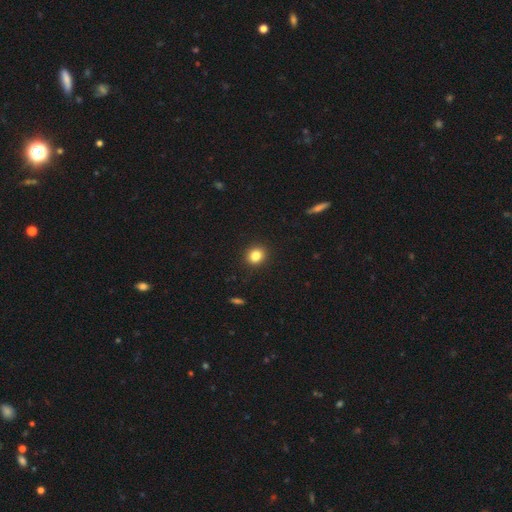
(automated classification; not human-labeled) smooth-or-featured: smooth: 84% | star or artifact: 11% | featured or disk: 5%
  how-rounded: round: 71% | in between: 28% | cigar-shaped: 1%
  merging: none: 91% | minor disturbance: 6% | major disturbance: 2% | merger: 1%